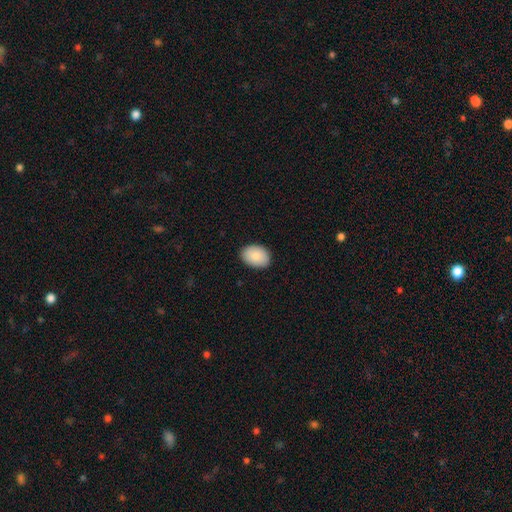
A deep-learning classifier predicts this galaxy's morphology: type=smooth (89%); roundness=in between (83%); merging=none (89%).